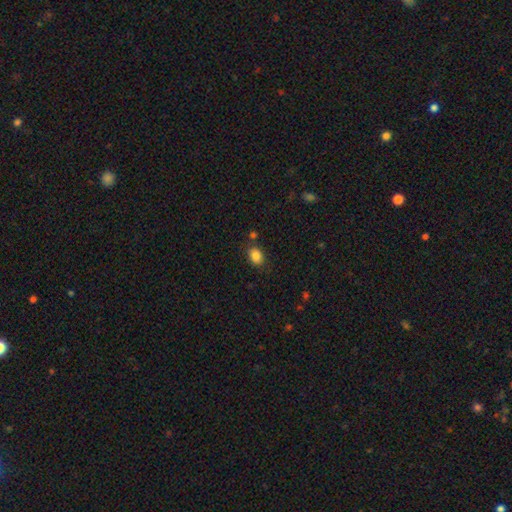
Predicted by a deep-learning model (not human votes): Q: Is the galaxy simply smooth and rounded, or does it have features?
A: smooth — 86%.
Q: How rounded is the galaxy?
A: in between — 70%.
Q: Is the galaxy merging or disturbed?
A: none — 77%.